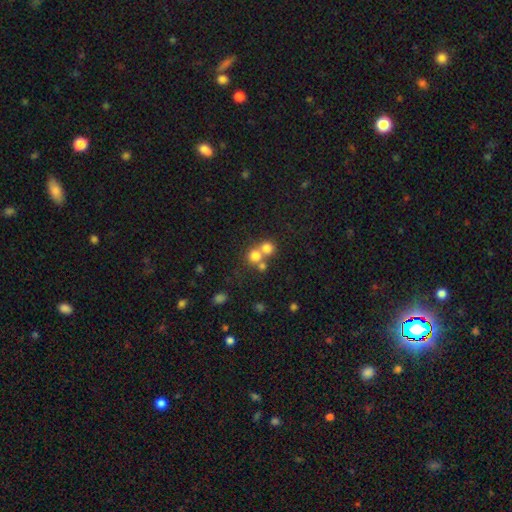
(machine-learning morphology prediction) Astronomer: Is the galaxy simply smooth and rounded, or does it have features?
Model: smooth — 74%.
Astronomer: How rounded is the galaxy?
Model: round — 88%.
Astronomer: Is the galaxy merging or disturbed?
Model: merger — 50% (runner-up: none, 41%).